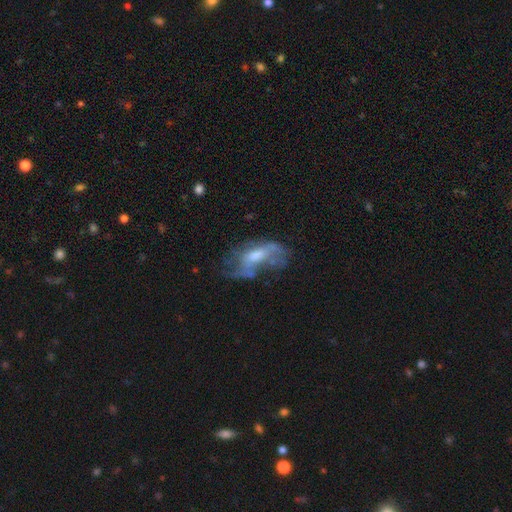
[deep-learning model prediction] Smooth or featured? featured or disk (64%)
Edge-on disk? no (92%)
Bar? no (59%)
Spiral arms? no (52%)
Bulge size? moderate (54%)
Merging? major disturbance (36%)